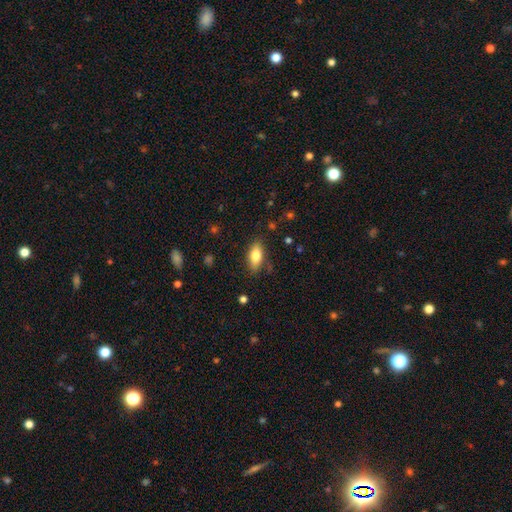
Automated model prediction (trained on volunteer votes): Overall: smooth (77%). How rounded: in between (82%). Merging: none (81%).